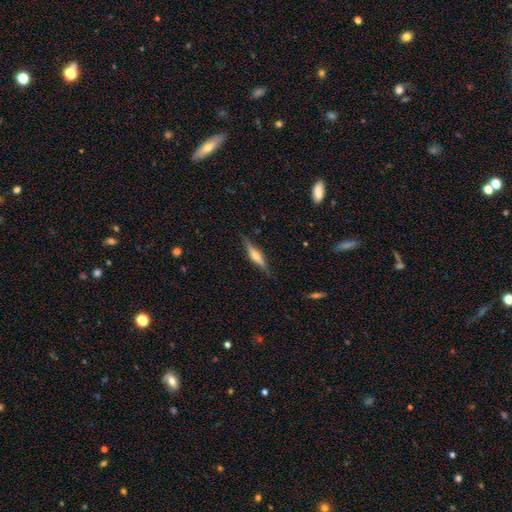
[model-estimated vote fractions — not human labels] Smooth or featured: featured or disk — 70% (smooth — 23%)
Edge-on disk: yes — 96% (no — 4%)
Edge-on bulge: rounded — 87% (boxy — 8%)
Merging: none — 85% (minor disturbance — 12%)